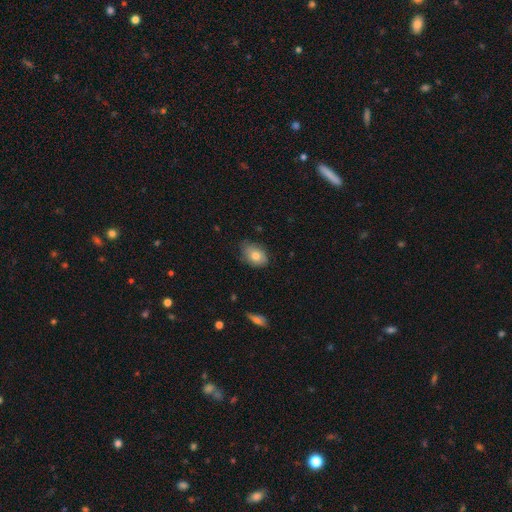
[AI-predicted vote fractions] Overall: smooth (78%). How rounded: in between (79%). Merging: none (68%).